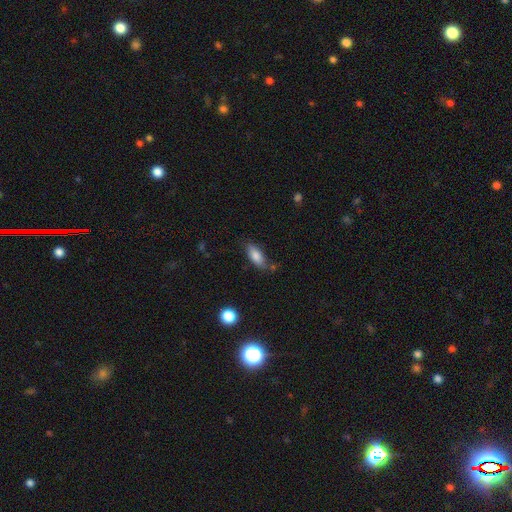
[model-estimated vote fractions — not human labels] Smooth or featured: smooth — 82% (featured or disk — 11%)
How rounded: in between — 77% (cigar-shaped — 20%)
Merging: none — 71% (minor disturbance — 19%)